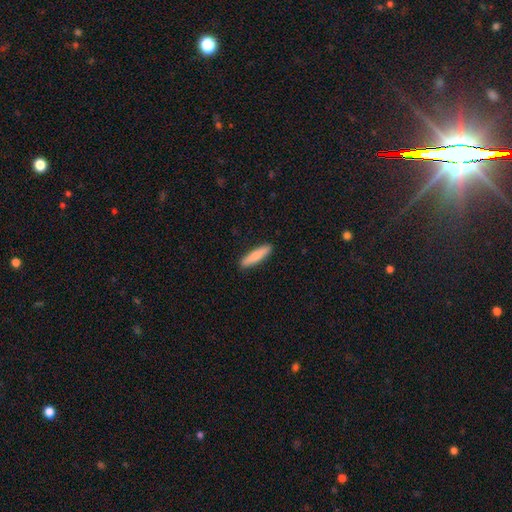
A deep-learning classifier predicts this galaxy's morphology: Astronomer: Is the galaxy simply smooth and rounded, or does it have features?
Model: smooth — 81%.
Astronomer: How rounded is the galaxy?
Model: cigar-shaped — 82%.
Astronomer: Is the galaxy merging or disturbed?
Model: none — 91%.